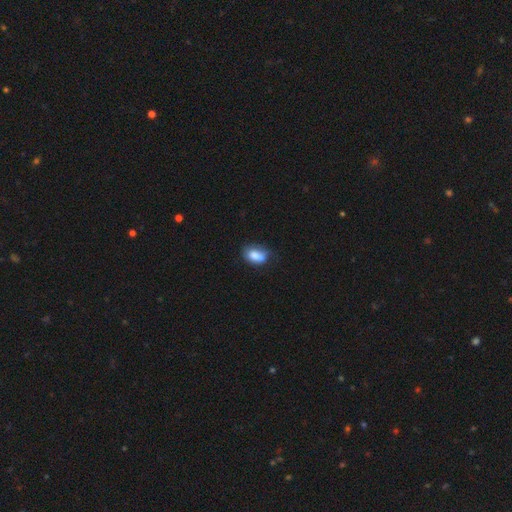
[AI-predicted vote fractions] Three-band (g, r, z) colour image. It shows a smooth galaxy with no disk features (77%) that is in between round and cigar-shaped (83%). Merging: none (42%).